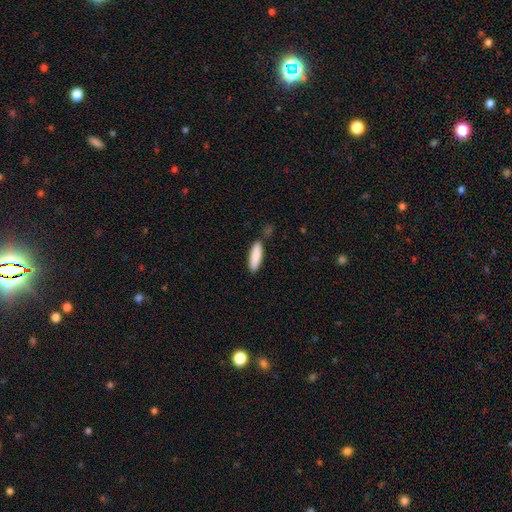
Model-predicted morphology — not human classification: This appears to be a smooth galaxy with no disk features (88%) that is cigar-shaped (62%). Merging: none (82%).